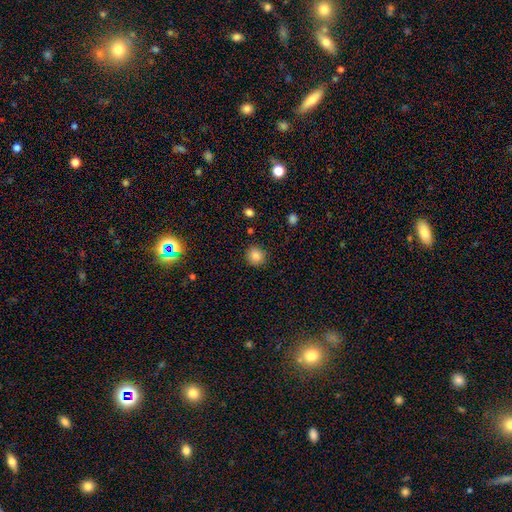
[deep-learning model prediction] Q: Smooth or featured?
A: smooth (84%); runner-up: star or artifact (11%)
Q: How rounded?
A: round (89%); runner-up: in between (10%)
Q: Merging?
A: none (90%); runner-up: minor disturbance (7%)